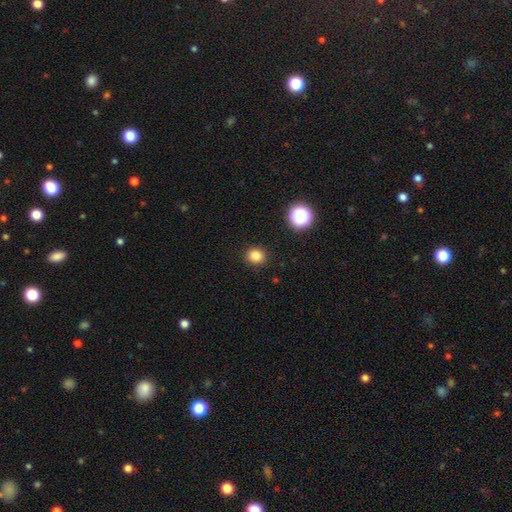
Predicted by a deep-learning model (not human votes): smooth-or-featured: smooth: 82% | star or artifact: 14% | featured or disk: 4%
  how-rounded: round: 83% | in between: 16% | cigar-shaped: 1%
  merging: none: 91% | minor disturbance: 6% | major disturbance: 2% | merger: 1%